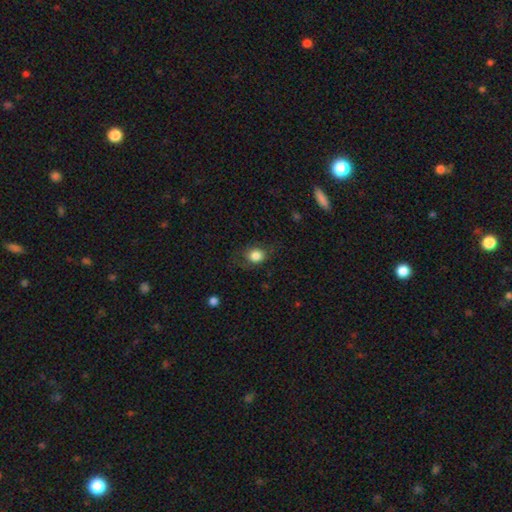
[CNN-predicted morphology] A smooth galaxy with no disk features (82%) that is round (66%).

Vote fractions:
- Smooth or featured? smooth: 82% / featured or disk: 9% / star or artifact: 9%
- How rounded? round: 66% / in between: 33% / cigar-shaped: 1%
- Merging? none: 68% / minor disturbance: 20% / major disturbance: 11% / merger: 1%